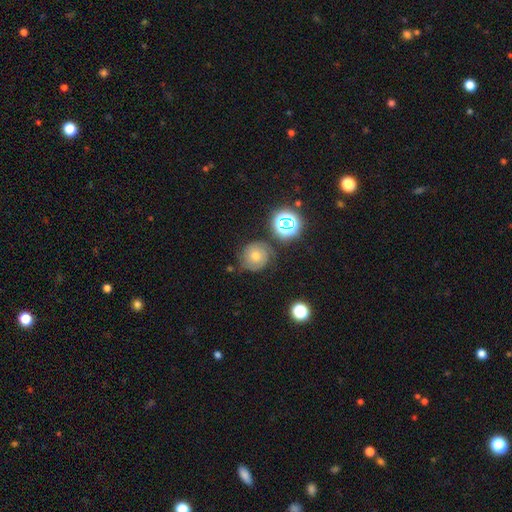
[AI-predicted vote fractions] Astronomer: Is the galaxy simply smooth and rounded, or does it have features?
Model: featured or disk — 55%.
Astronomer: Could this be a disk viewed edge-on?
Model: no — 97%.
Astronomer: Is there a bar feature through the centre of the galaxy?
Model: no — 78%.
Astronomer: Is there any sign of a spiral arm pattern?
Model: yes — 88%.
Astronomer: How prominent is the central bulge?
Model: moderate — 62%.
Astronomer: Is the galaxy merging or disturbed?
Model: none — 75%.